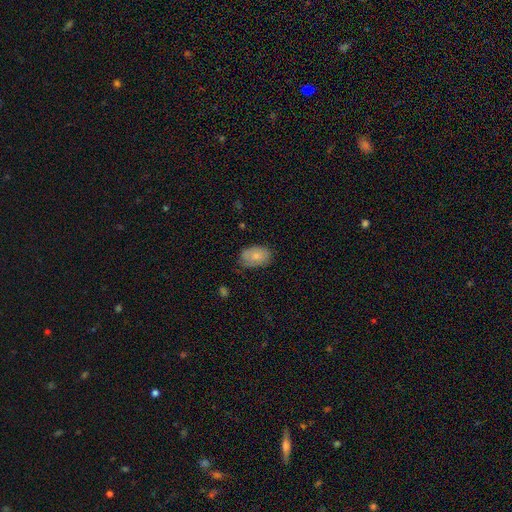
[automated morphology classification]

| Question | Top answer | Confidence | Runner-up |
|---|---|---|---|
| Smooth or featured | smooth | 79% | featured or disk (15%) |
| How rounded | in between | 88% | round (11%) |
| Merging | none | 64% | minor disturbance (28%) |